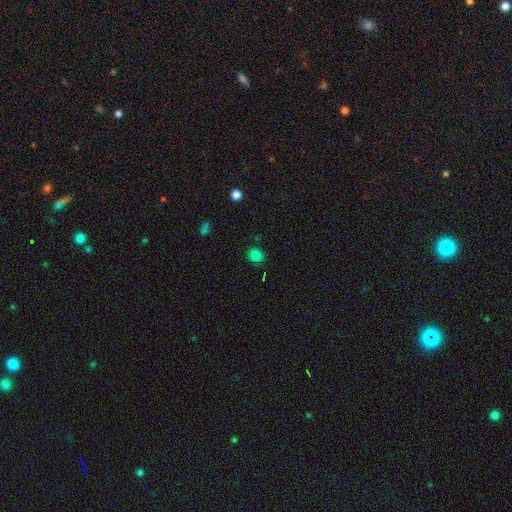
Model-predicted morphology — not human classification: Smooth or featured? smooth (81%)
How rounded? round (72%)
Merging? none (84%)